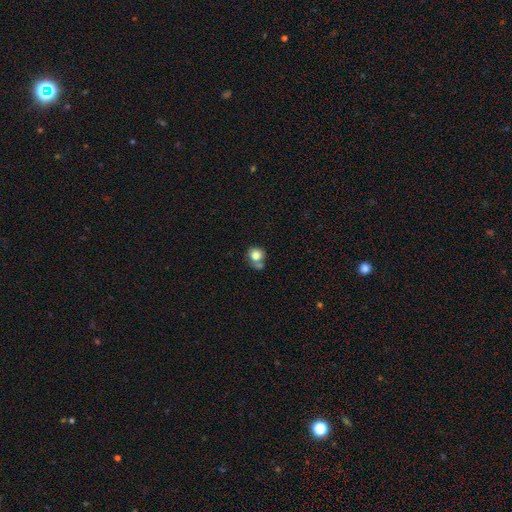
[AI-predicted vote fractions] A smooth galaxy with no disk features (81%) that is round (82%). Merging: none (47%).